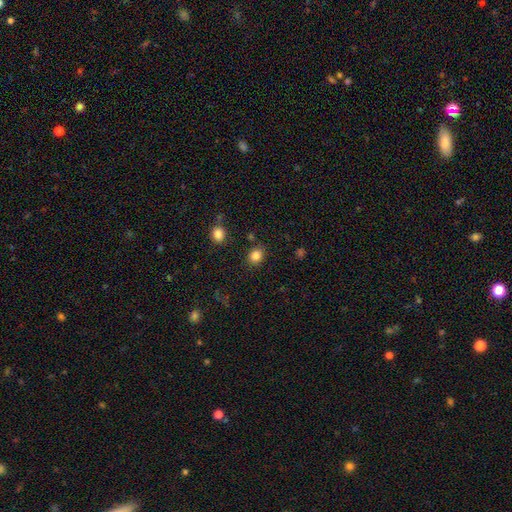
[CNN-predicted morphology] smooth_or_featured: smooth (p=0.84) [alt: star or artifact p=0.11]
how_rounded: round (p=0.64) [alt: in between p=0.36]
merging: none (p=0.84) [alt: minor disturbance p=0.10]